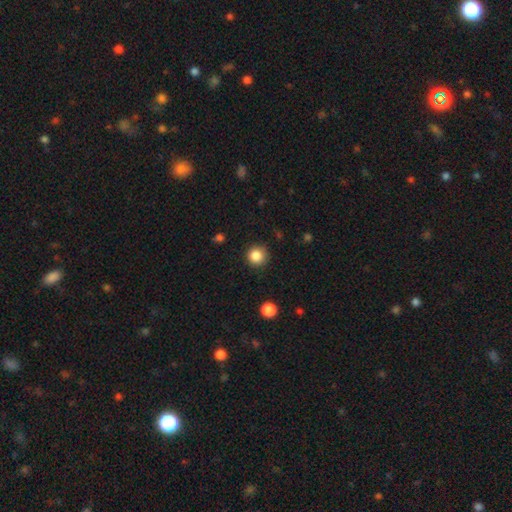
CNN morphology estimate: smooth 85%, star or artifact 11%, featured or disk 4%. Down the decision tree: how rounded — round (94%); merging — none (88%).